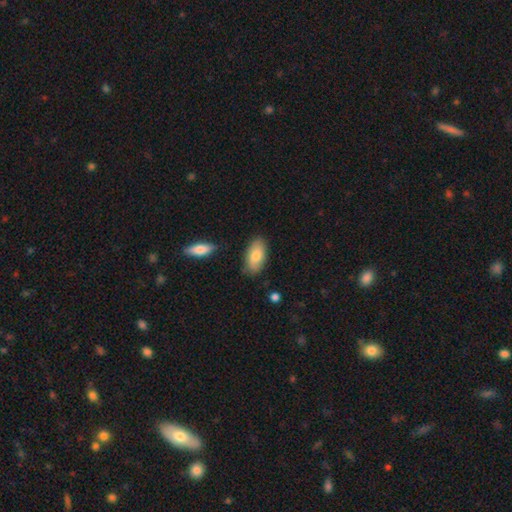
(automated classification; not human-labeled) Overall: smooth (79%). How rounded: in between (92%). Merging: none (81%).